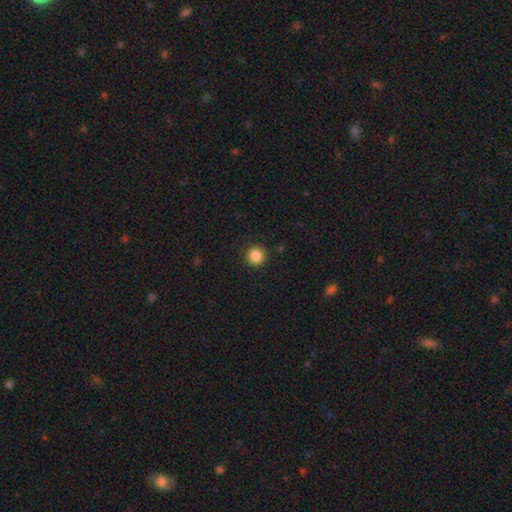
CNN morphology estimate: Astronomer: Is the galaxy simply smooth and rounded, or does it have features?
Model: smooth — 86%.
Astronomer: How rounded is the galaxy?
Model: round — 94%.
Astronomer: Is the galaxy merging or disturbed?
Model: none — 92%.